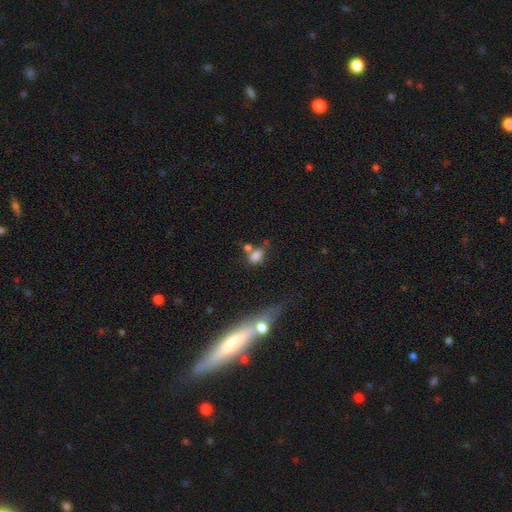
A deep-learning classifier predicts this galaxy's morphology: Q: Smooth or featured?
A: smooth (76%); runner-up: star or artifact (13%)
Q: How rounded?
A: in between (76%); runner-up: round (21%)
Q: Merging?
A: none (37%); runner-up: merger (35%)